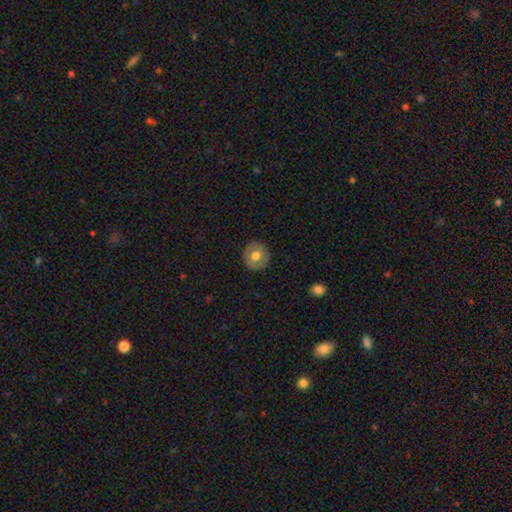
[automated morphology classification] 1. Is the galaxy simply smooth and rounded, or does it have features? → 64% smooth, 29% featured or disk, 7% star or artifact.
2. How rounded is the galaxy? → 92% round, 7% in between, 1% cigar-shaped.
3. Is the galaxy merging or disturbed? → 90% none, 7% minor disturbance, 2% major disturbance, 1% merger.